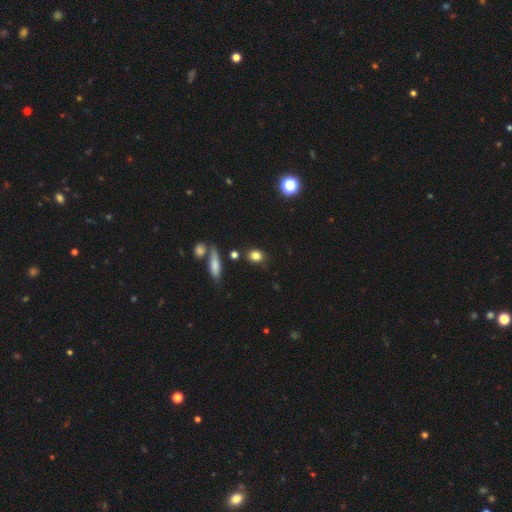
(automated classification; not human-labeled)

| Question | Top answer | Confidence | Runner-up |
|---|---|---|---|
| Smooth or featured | smooth | 81% | star or artifact (11%) |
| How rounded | round | 58% | in between (38%) |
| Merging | none | 79% | minor disturbance (12%) |